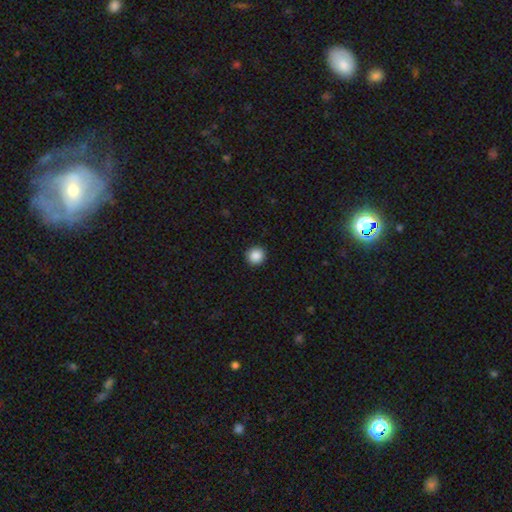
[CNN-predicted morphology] Q: Smooth or featured?
A: smooth (88%); runner-up: star or artifact (9%)
Q: How rounded?
A: round (94%); runner-up: in between (5%)
Q: Merging?
A: none (93%); runner-up: minor disturbance (5%)